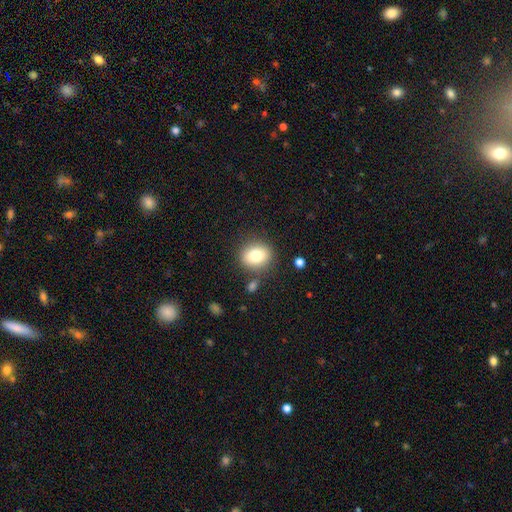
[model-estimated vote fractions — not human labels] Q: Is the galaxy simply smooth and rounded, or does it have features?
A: smooth — 79%.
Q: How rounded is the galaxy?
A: round — 68%.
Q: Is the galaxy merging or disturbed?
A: none — 81%.